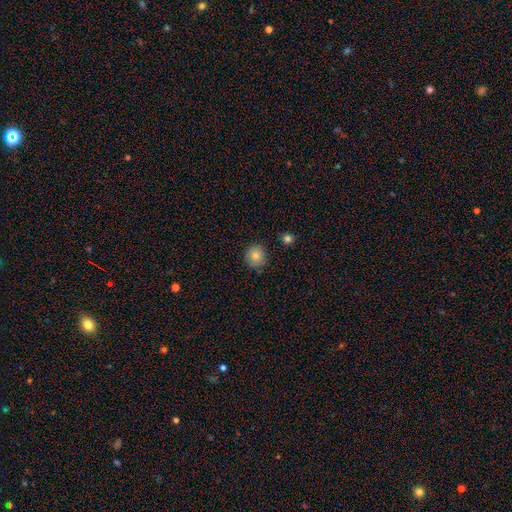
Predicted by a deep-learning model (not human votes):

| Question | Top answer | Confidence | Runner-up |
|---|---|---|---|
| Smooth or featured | smooth | 82% | star or artifact (10%) |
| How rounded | round | 90% | in between (9%) |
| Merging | none | 88% | minor disturbance (8%) |